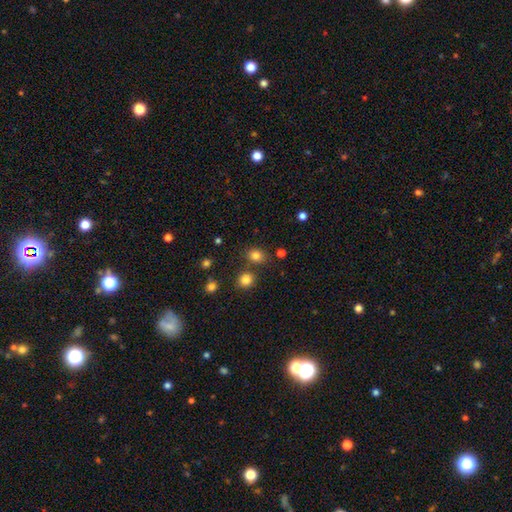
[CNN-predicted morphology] Smooth or featured: smooth — 81% (star or artifact — 13%)
How rounded: round — 67% (in between — 32%)
Merging: none — 78% (merger — 10%)